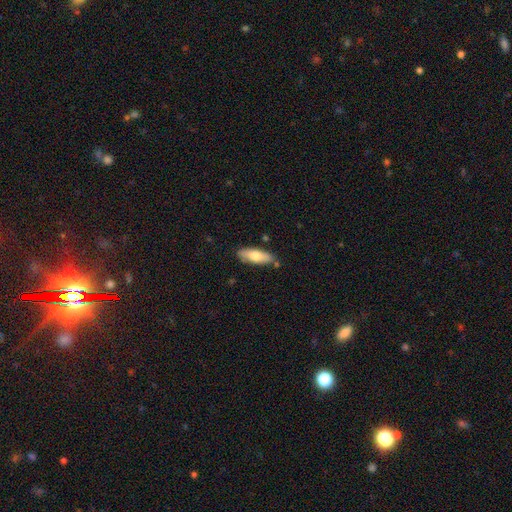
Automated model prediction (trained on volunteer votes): Overall: smooth (73%). How rounded: in between (61%; cigar-shaped 37%). Merging: none (79%).